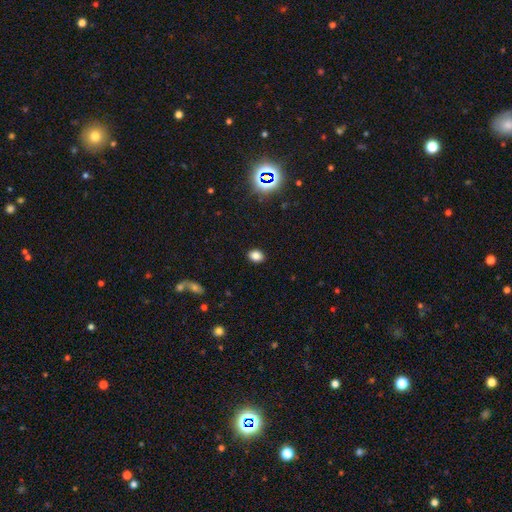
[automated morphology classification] Smooth or featured: smooth — 83% (star or artifact — 12%)
How rounded: in between — 65% (round — 34%)
Merging: none — 89% (minor disturbance — 8%)